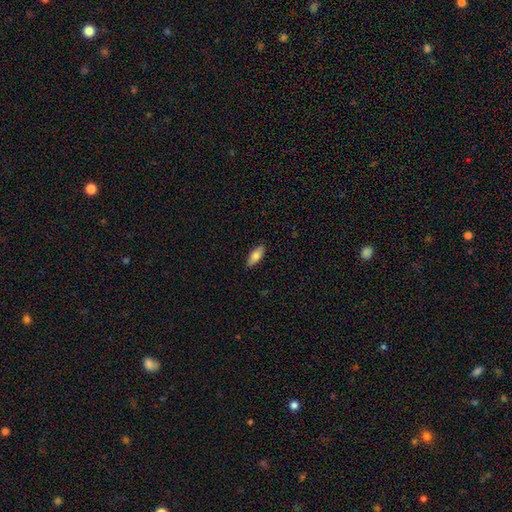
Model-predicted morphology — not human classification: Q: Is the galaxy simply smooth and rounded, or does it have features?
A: smooth — 80%.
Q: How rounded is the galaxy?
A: in between — 80%.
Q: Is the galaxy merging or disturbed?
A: none — 89%.